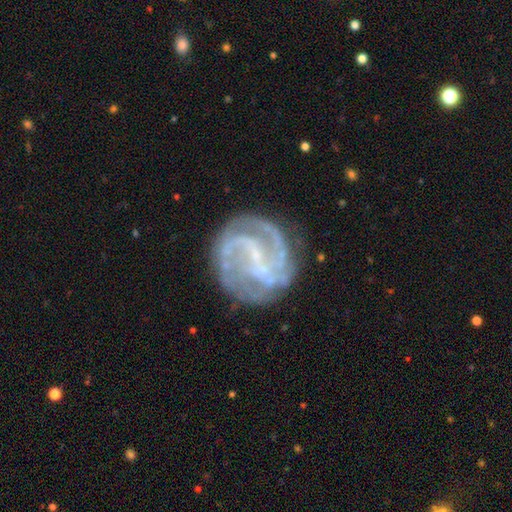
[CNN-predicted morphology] type=featured or disk (86%); edge-on=no (98%); bar=weak (43%); spiral arms=yes (94%); winding=medium (44%); arm count=2 (45%); bulge=small (65%); merging=none (74%).